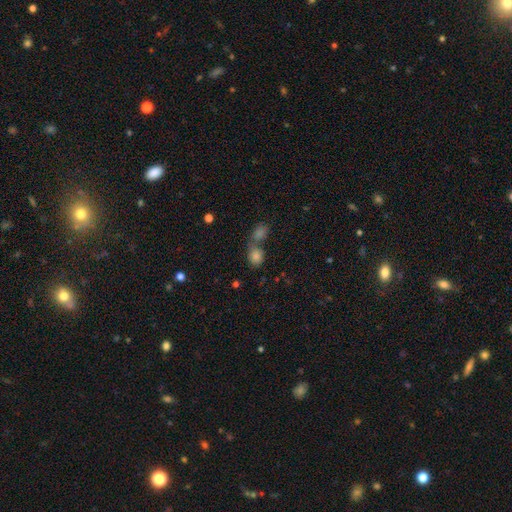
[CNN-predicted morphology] The model was most divided on "how rounded": round: 49%, in between: 48%, cigar-shaped: 2%. Remaining: smooth or featured — smooth (76%); merging — merger (49%).